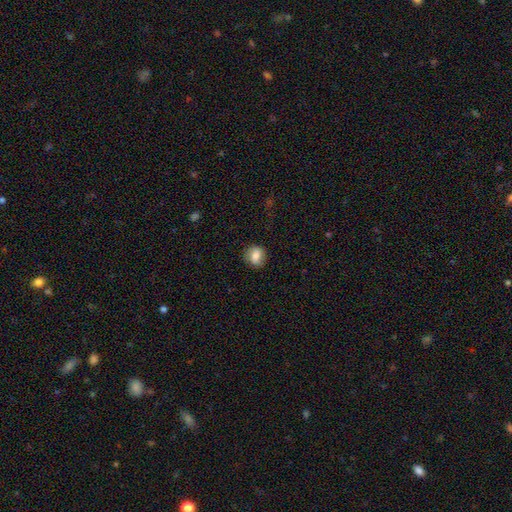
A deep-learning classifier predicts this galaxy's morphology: This is likely a smooth galaxy (75%). How rounded: likely round (71%). Merging: clearly none (81%).